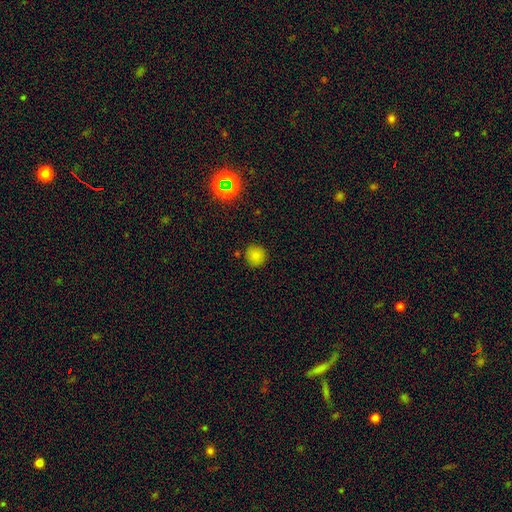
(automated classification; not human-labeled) Smooth or featured? smooth (79%)
How rounded? round (93%)
Merging? none (87%)